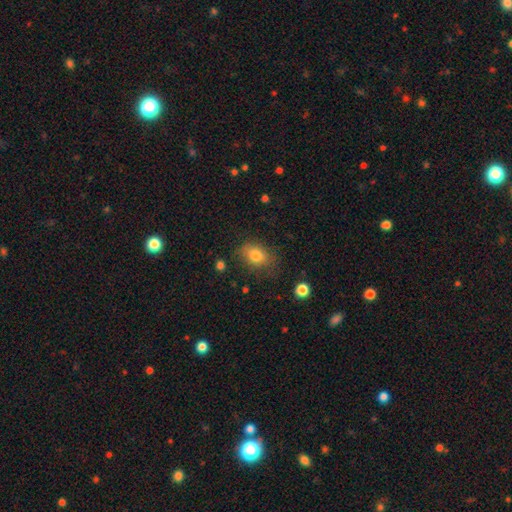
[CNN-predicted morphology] smooth_or_featured: smooth (p=0.80) [alt: featured or disk p=0.10]
how_rounded: in between (p=0.73) [alt: round p=0.26]
merging: none (p=0.67) [alt: minor disturbance p=0.22]